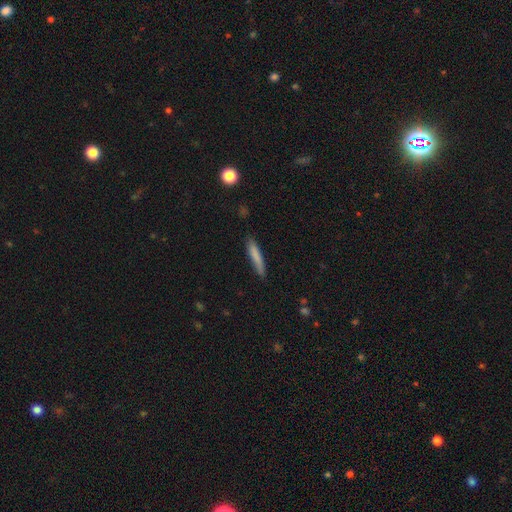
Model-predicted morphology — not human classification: Smooth or featured? Predicted: smooth (p=0.80). How rounded? Predicted: cigar-shaped (p=0.89). Merging? Predicted: none (p=0.80).